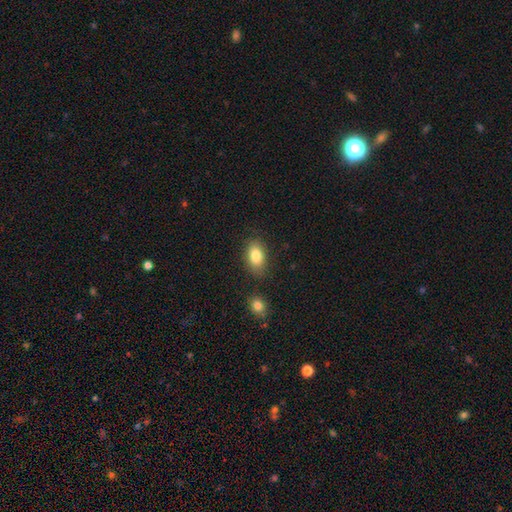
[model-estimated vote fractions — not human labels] smooth_or_featured: smooth (p=0.85) [alt: star or artifact p=0.08]
how_rounded: in between (p=0.89) [alt: round p=0.09]
merging: none (p=0.78) [alt: minor disturbance p=0.14]